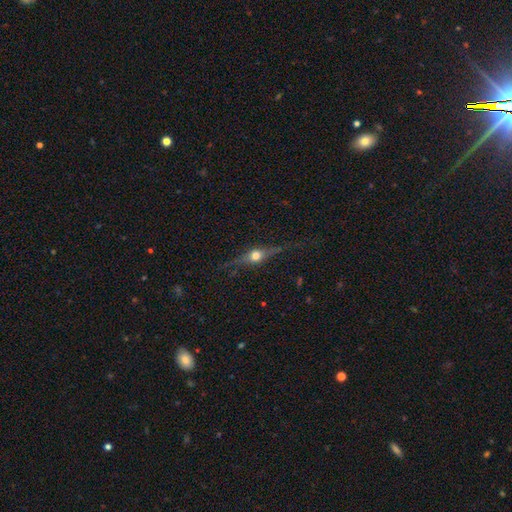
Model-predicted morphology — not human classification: Smooth or featured? featured or disk (72%)
Edge-on disk? yes (95%)
Edge-on bulge? rounded (96%)
Merging? none (83%)